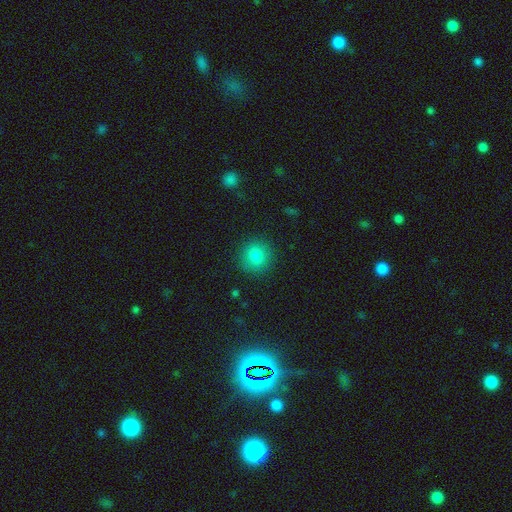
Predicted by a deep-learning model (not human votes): Smooth or featured? smooth (83%)
How rounded? round (83%)
Merging? none (87%)